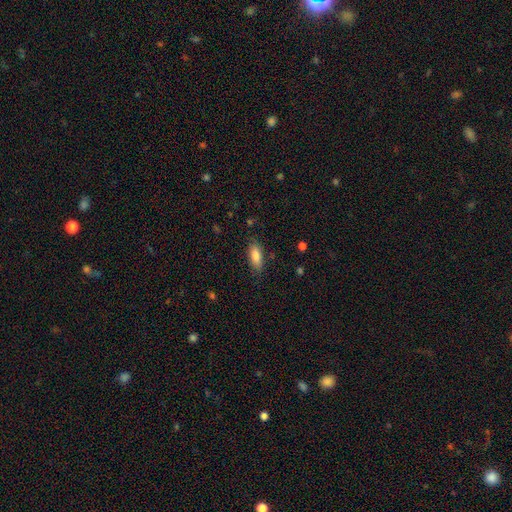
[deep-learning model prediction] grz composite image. It shows a smooth galaxy with no disk features (82%) that is in between round and cigar-shaped (78%). Merging: none (81%).